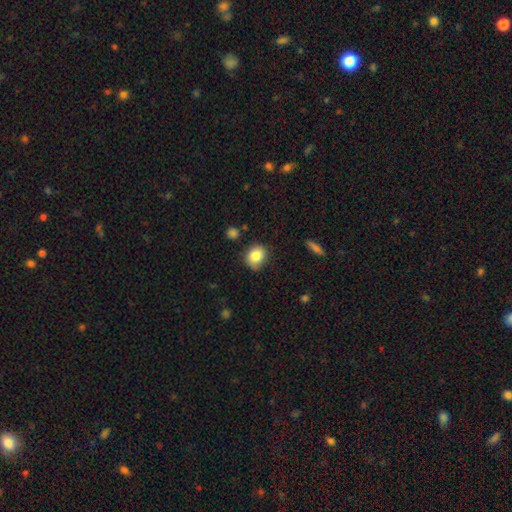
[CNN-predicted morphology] The model was most divided on "how rounded": round: 67%, in between: 32%, cigar-shaped: 1%. More confident: smooth or featured — smooth (83%); merging — none (79%).